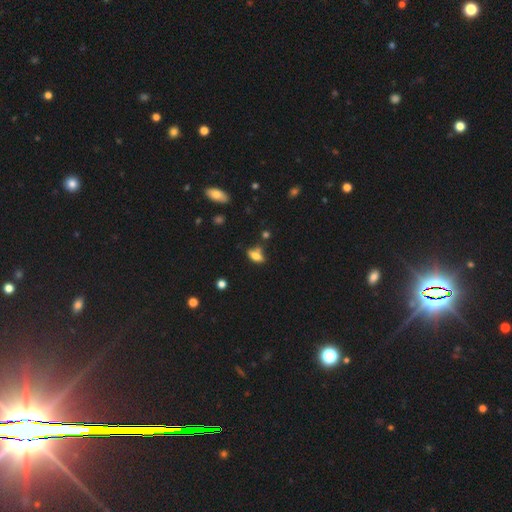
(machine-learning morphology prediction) Q: Smooth or featured?
A: smooth (66%); runner-up: featured or disk (22%)
Q: How rounded?
A: in between (79%); runner-up: cigar-shaped (14%)
Q: Merging?
A: none (54%); runner-up: minor disturbance (20%)